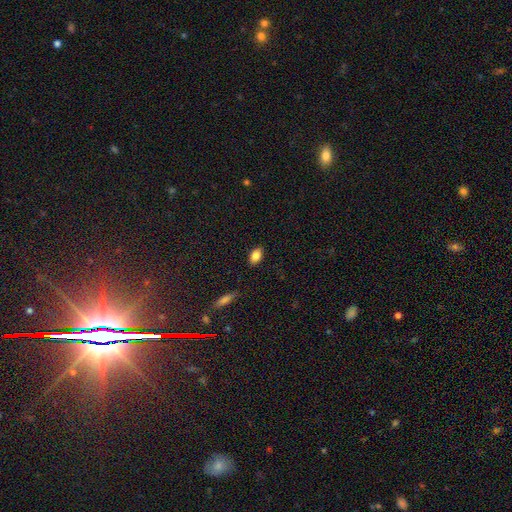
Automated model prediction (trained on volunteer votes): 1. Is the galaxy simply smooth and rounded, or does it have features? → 82% smooth, 9% featured or disk, 9% star or artifact.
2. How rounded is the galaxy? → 89% in between, 7% round, 4% cigar-shaped.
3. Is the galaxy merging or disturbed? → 86% none, 10% minor disturbance, 2% major disturbance, 1% merger.